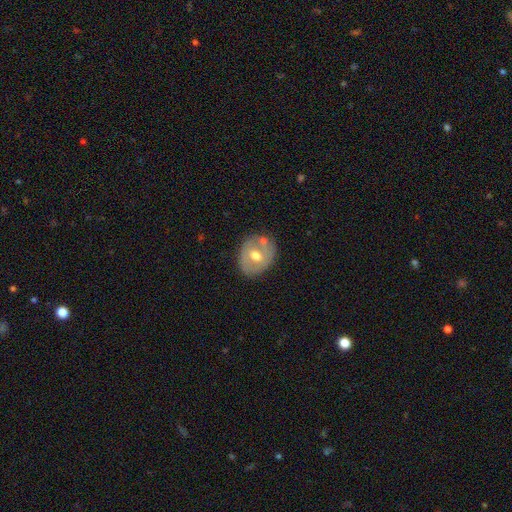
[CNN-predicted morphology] Smooth or featured?
  - smooth: 51% *
  - featured or disk: 42%
  - star or artifact: 7%
How rounded?
  - round: 57% *
  - in between: 42%
  - cigar-shaped: 1%
Merging?
  - none: 69% *
  - minor disturbance: 16%
  - merger: 11%
  - major disturbance: 4%